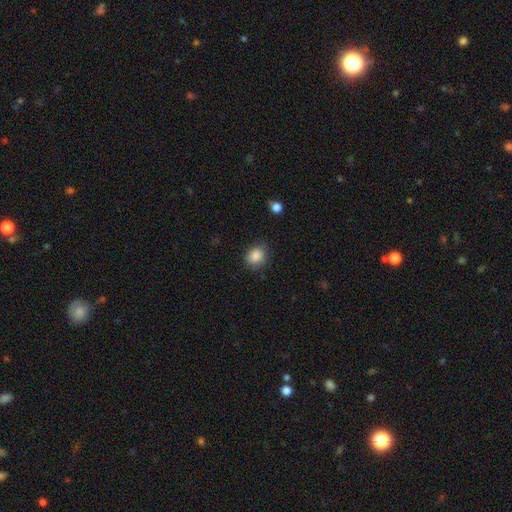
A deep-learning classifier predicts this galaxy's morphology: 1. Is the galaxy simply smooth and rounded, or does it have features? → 87% smooth, 9% star or artifact, 4% featured or disk.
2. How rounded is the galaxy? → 69% round, 30% in between, 1% cigar-shaped.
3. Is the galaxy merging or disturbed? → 77% none, 18% minor disturbance, 4% major disturbance, 1% merger.